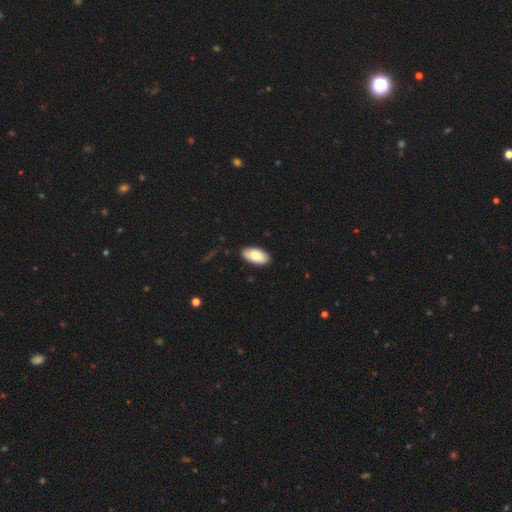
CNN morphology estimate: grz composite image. It shows a smooth galaxy with no disk features (83%) that is in between round and cigar-shaped (94%). Merging: none (89%).